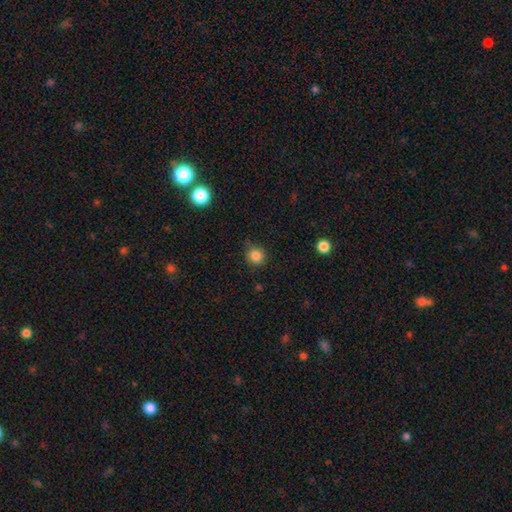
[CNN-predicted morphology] Smooth or featured? smooth (85%)
How rounded? round (92%)
Merging? none (84%)